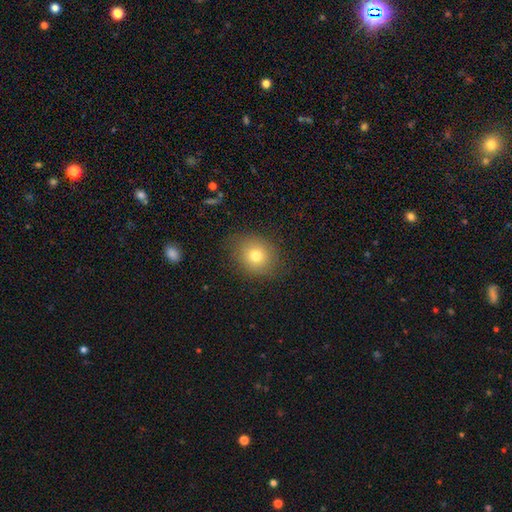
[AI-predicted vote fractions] smooth-or-featured: smooth: 76% | star or artifact: 13% | featured or disk: 11%
  how-rounded: round: 66% | in between: 33% | cigar-shaped: 1%
  merging: none: 84% | minor disturbance: 11% | major disturbance: 4% | merger: 1%